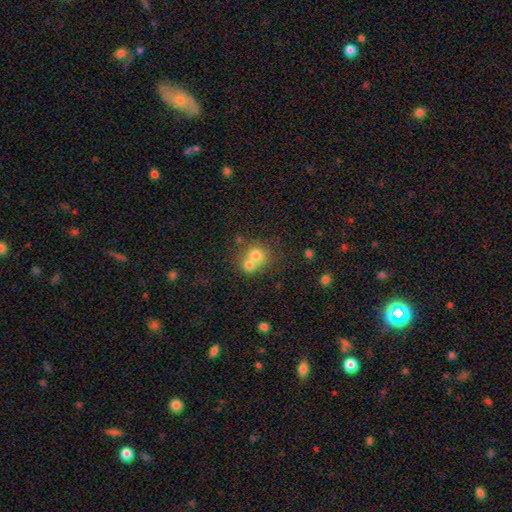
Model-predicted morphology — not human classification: smooth_or_featured: smooth (p=0.70) [alt: featured or disk p=0.17]
how_rounded: round (p=0.79) [alt: in between p=0.20]
merging: merger (p=0.58) [alt: none p=0.33]